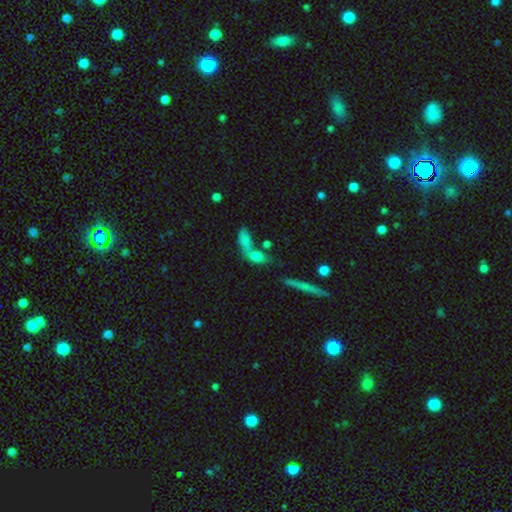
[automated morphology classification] This is likely a smooth galaxy (69%). How rounded: likely in between (67%). Merging: possibly merger (48%).